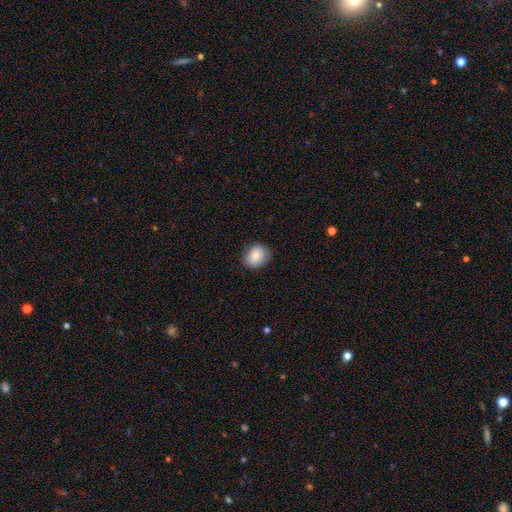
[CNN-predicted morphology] The model was most divided on "how rounded": round: 57%, in between: 42%, cigar-shaped: 1%. More confident: merging — none (83%); smooth or featured — smooth (83%).